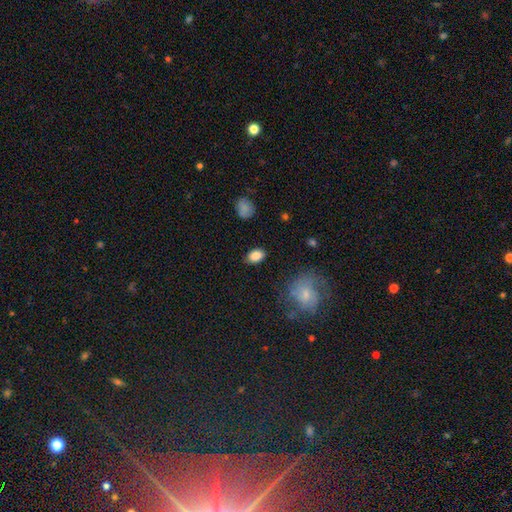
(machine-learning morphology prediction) A smooth galaxy with no disk features (86%) that is in between round and cigar-shaped (87%). Merging: none (86%).